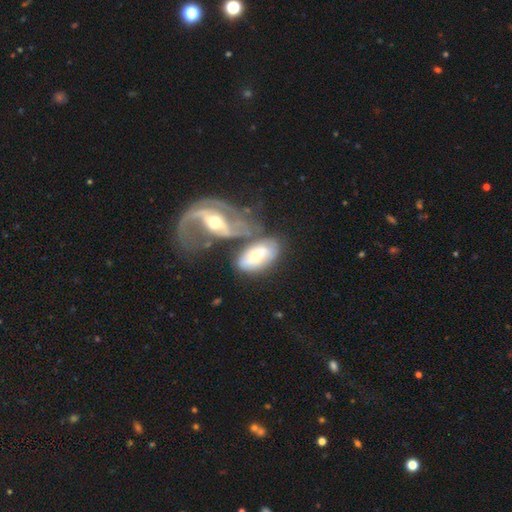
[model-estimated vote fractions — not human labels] Smooth or featured? Predicted: featured or disk (p=0.50). Merging? Predicted: merger (p=0.39).